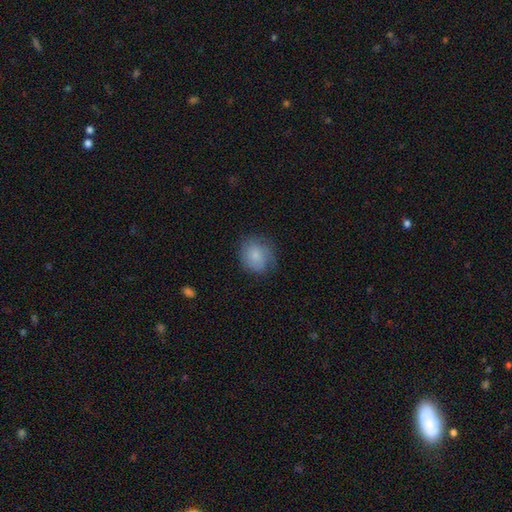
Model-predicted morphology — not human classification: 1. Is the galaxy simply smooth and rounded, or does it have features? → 79% smooth, 14% featured or disk, 7% star or artifact.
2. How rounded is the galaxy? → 70% round, 29% in between, 1% cigar-shaped.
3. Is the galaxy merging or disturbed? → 68% none, 23% minor disturbance, 8% major disturbance, 1% merger.